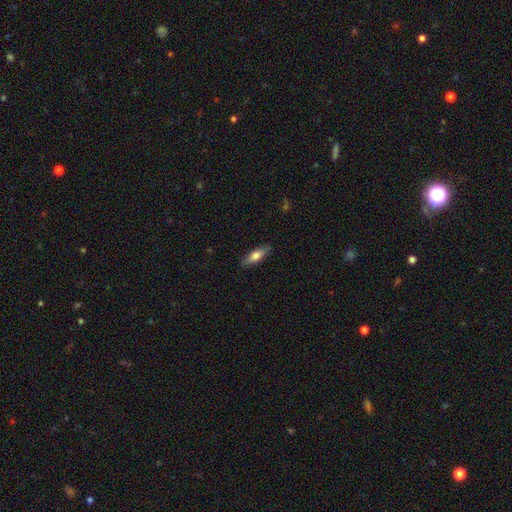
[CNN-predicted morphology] smooth_or_featured: smooth (p=0.69) [alt: featured or disk p=0.24]
how_rounded: in between (p=0.54) [alt: cigar-shaped p=0.44]
merging: none (p=0.85) [alt: minor disturbance p=0.11]